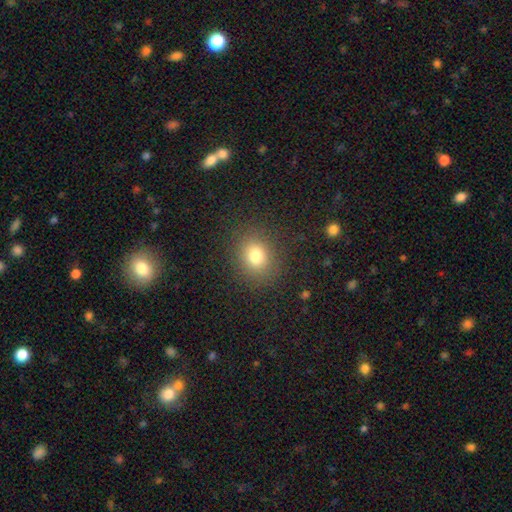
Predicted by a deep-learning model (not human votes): A smooth galaxy with no disk features (78%) that is round (67%). Merging: none (86%).